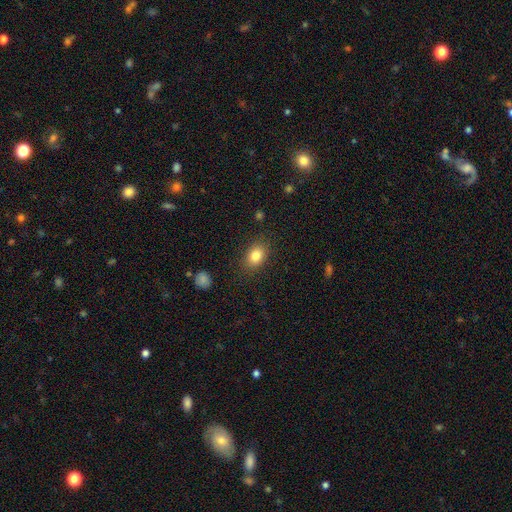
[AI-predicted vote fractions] Smooth or featured? Predicted: smooth (p=0.83). How rounded? Predicted: in between (p=0.72). Merging? Predicted: none (p=0.84).